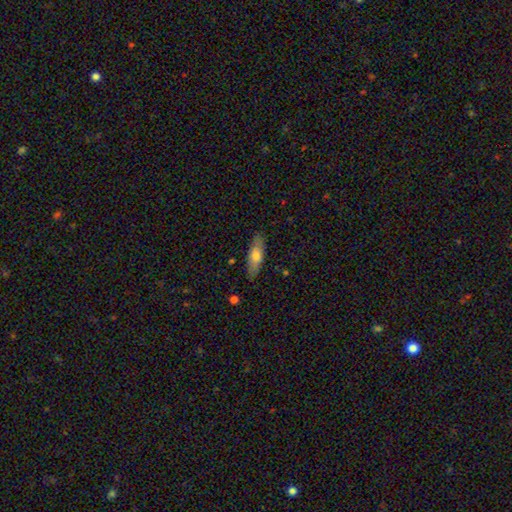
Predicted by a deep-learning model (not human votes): This is likely a smooth galaxy (69%). How rounded: possibly in between (57%). Merging: clearly none (85%).